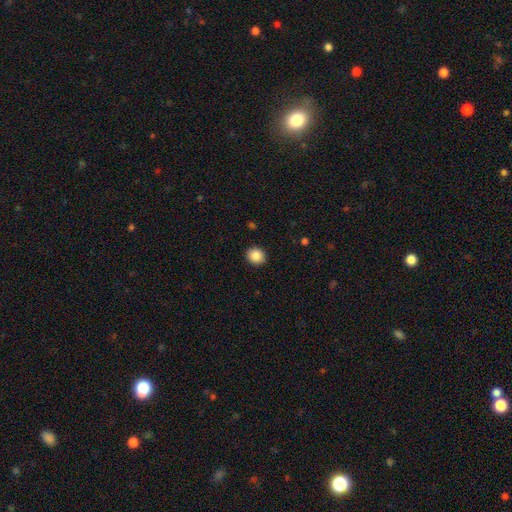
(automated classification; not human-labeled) This is clearly a smooth galaxy (87%). How rounded: likely round (76%). Merging: clearly none (91%).